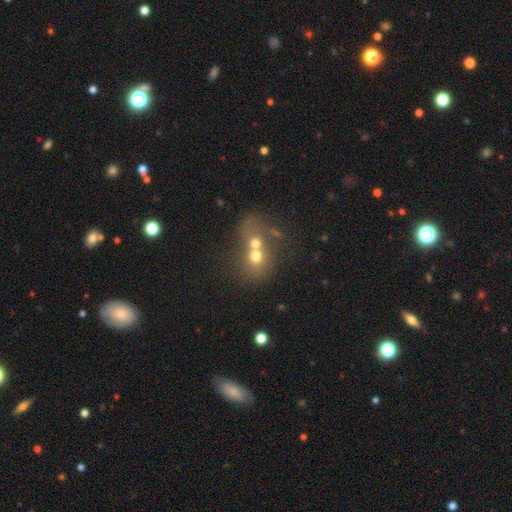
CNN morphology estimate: A smooth galaxy with no disk features (60%) that is round (69%). Merging: merger (72%).